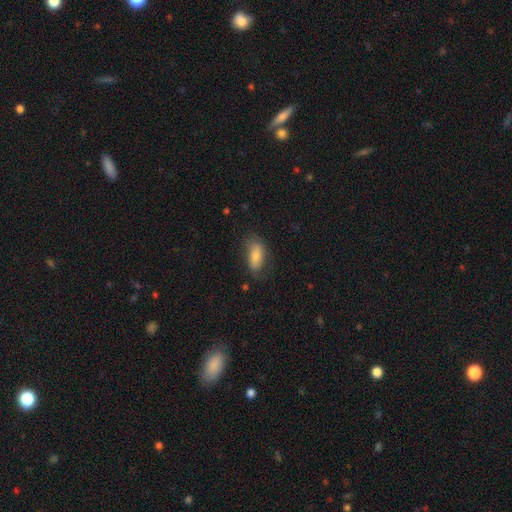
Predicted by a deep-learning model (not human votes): Q: Smooth or featured?
A: smooth (73%); runner-up: featured or disk (20%)
Q: How rounded?
A: in between (86%); runner-up: cigar-shaped (10%)
Q: Merging?
A: none (65%); runner-up: minor disturbance (24%)